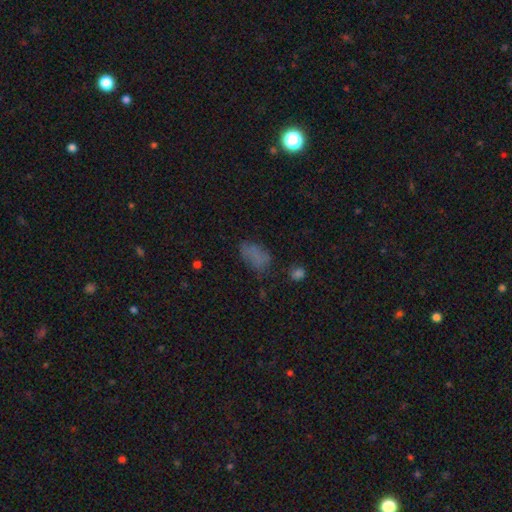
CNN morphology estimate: This is likely a smooth galaxy (69%). How rounded: clearly in between (89%). Merging: possibly none (53%).